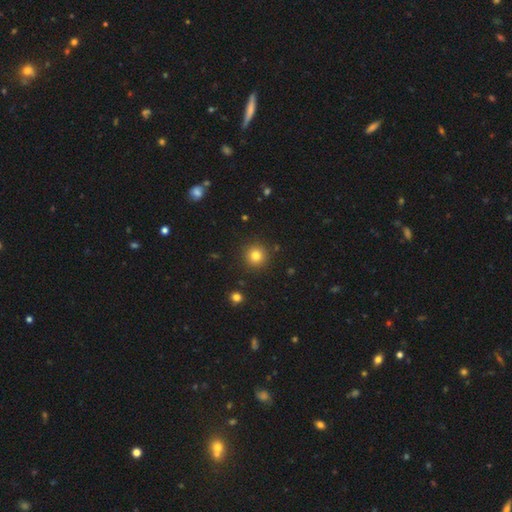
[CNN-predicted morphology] A smooth galaxy with no disk features (80%) that is round (95%). Merging: none (90%).